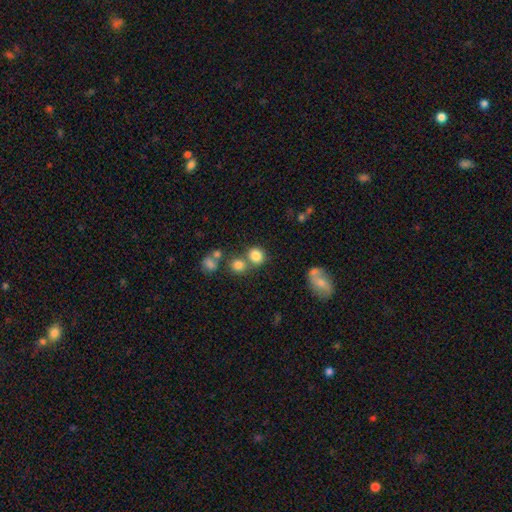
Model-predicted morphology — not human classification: This is clearly a smooth galaxy (80%). How rounded: clearly round (83%). Merging: likely none (60%).